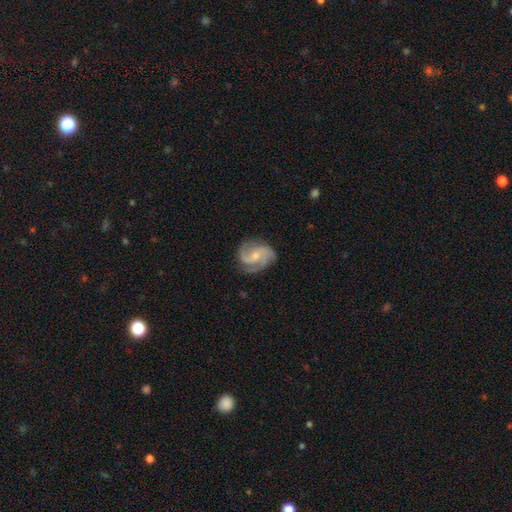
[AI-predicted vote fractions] smooth-or-featured: featured or disk: 85% | smooth: 10% | star or artifact: 5%
  disk-edge-on: no: 98% | yes: 2%
    bar: no: 56% | weak: 38% | strong: 7%
    has-spiral-arms: yes: 97% | no: 3%
      spiral-winding: medium: 52% | tight: 28% | loose: 20%
      spiral-arm-count: 3: 44% | 2: 35% | can't tell: 8% | 4: 5% | 1: 4% | more than 4: 3%
    bulge-size: small: 54% | moderate: 39% | none: 4% | large: 2% | dominant: 1%
  merging: none: 73% | minor disturbance: 18% | major disturbance: 7% | merger: 1%